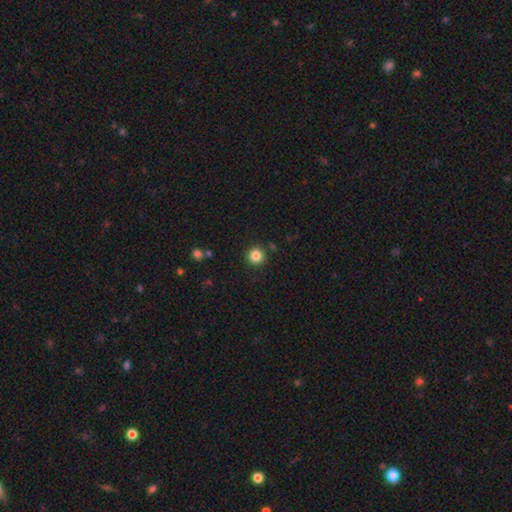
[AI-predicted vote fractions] Smooth or featured: smooth — 84% (star or artifact — 12%)
How rounded: round — 94% (in between — 5%)
Merging: none — 90% (minor disturbance — 6%)